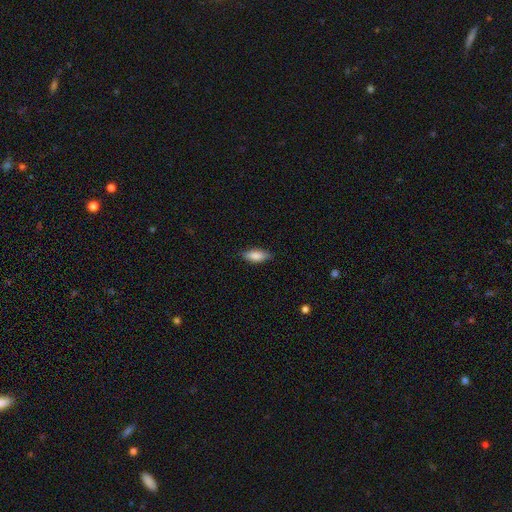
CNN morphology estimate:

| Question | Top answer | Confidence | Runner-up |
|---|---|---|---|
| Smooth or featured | smooth | 84% | featured or disk (10%) |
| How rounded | in between | 77% | cigar-shaped (21%) |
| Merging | none | 81% | minor disturbance (15%) |